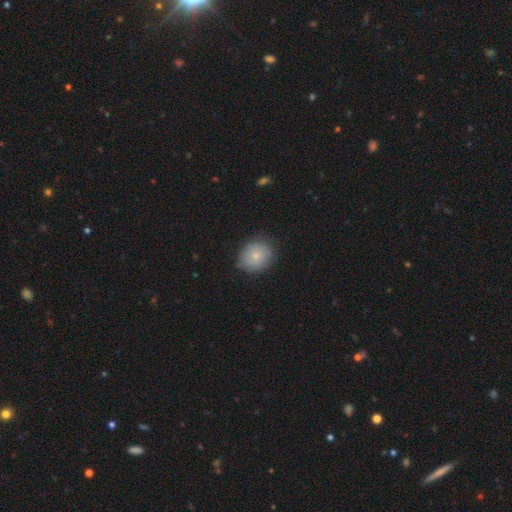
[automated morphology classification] Smooth or featured? Predicted: smooth (p=0.79). How rounded? Predicted: round (p=0.65). Merging? Predicted: none (p=0.82).